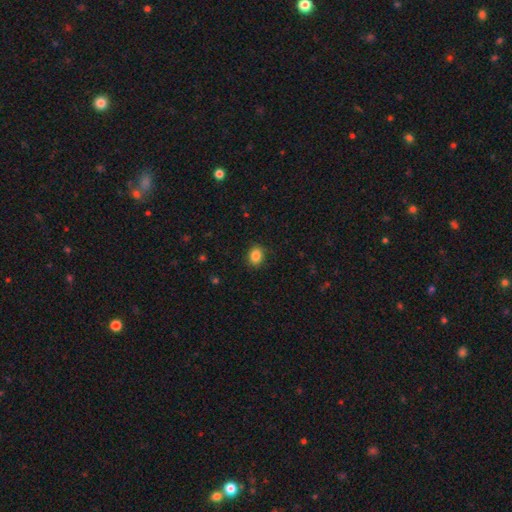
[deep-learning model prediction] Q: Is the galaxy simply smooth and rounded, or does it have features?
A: smooth — 87%.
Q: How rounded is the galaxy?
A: in between — 64%.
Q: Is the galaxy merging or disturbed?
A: none — 89%.